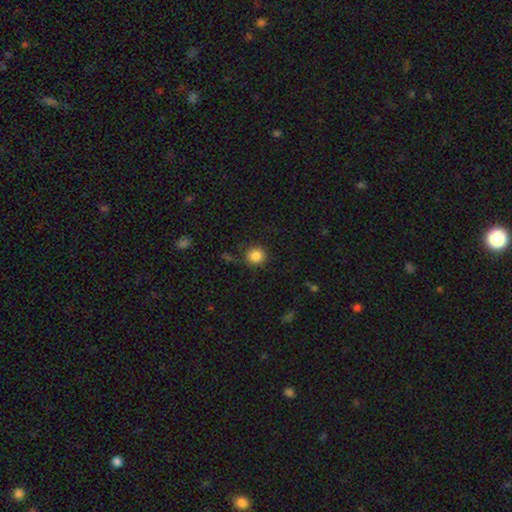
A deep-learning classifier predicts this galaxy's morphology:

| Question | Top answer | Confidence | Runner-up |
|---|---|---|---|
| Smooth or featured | smooth | 86% | star or artifact (10%) |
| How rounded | round | 91% | in between (8%) |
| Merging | none | 86% | minor disturbance (9%) |